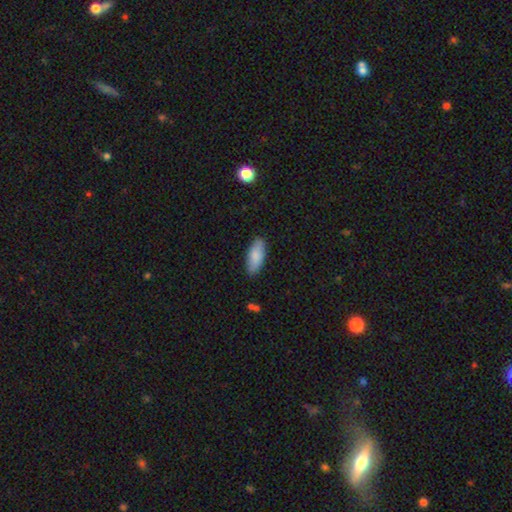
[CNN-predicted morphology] type=smooth (85%); roundness=in between (82%); merging=none (84%).